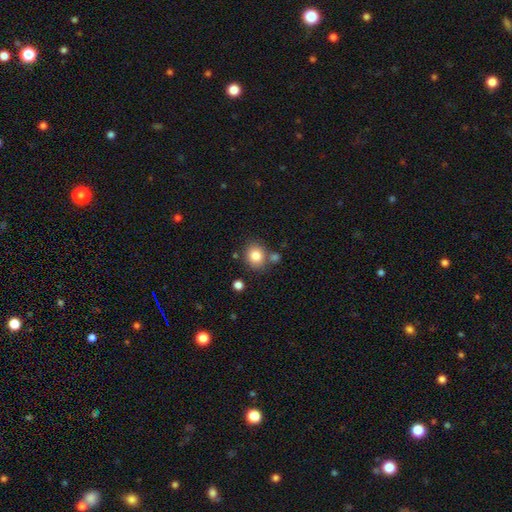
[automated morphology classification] smooth 82%, star or artifact 10%, featured or disk 8%. Down the decision tree: how rounded — round (72%); merging — none (74%).